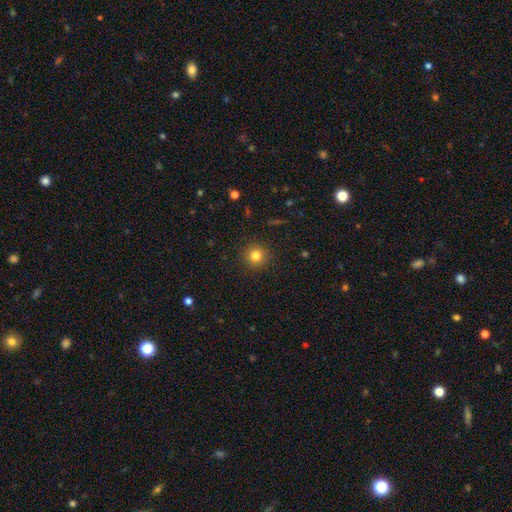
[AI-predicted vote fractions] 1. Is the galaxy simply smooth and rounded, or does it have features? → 81% smooth, 12% star or artifact, 7% featured or disk.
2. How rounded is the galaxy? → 94% round, 5% in between, 1% cigar-shaped.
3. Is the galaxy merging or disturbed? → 91% none, 6% minor disturbance, 2% major disturbance, 1% merger.